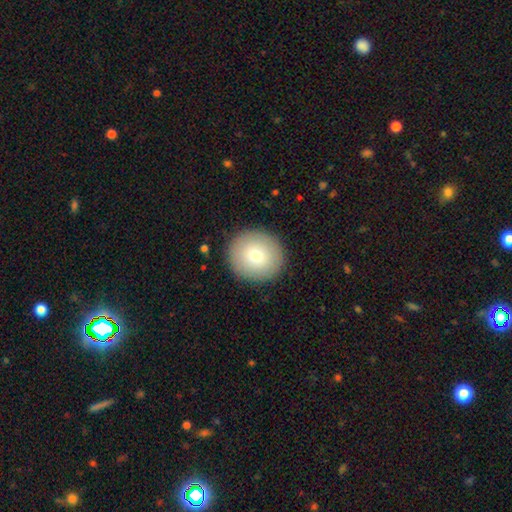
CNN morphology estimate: smooth_or_featured: smooth (p=0.77) [alt: featured or disk p=0.15]
how_rounded: round (p=0.89) [alt: in between p=0.10]
merging: none (p=0.91) [alt: minor disturbance p=0.06]